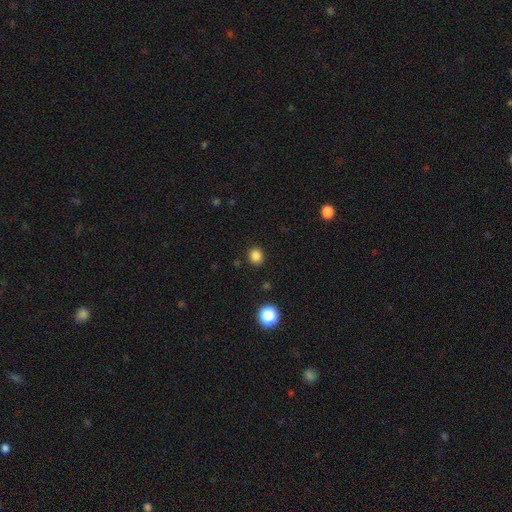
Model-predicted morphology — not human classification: smooth-or-featured: smooth: 84% | star or artifact: 13% | featured or disk: 4%
  how-rounded: round: 79% | in between: 20% | cigar-shaped: 1%
  merging: none: 89% | minor disturbance: 7% | major disturbance: 2% | merger: 1%